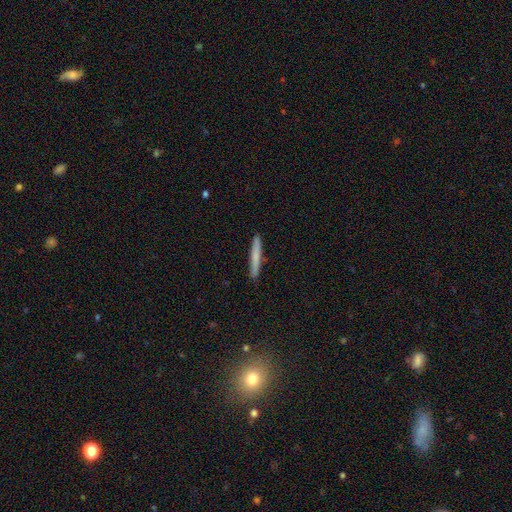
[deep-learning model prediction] smooth_or_featured: smooth (p=0.71) [alt: featured or disk p=0.23]
how_rounded: cigar-shaped (p=0.96) [alt: in between p=0.03]
merging: none (p=0.90) [alt: minor disturbance p=0.07]